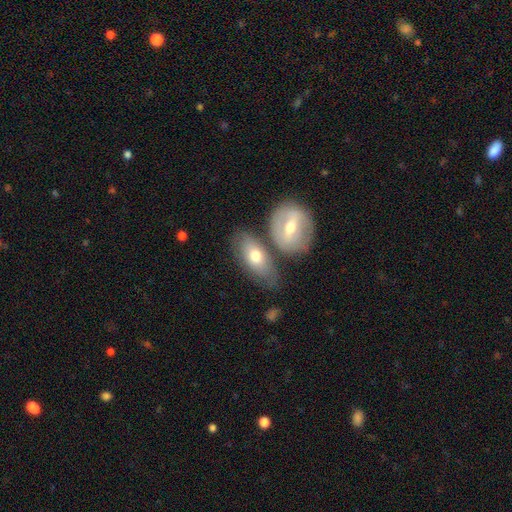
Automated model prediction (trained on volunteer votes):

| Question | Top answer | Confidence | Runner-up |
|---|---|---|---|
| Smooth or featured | smooth | 62% | featured or disk (33%) |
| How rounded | in between | 86% | round (7%) |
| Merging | none | 53% | merger (26%) |